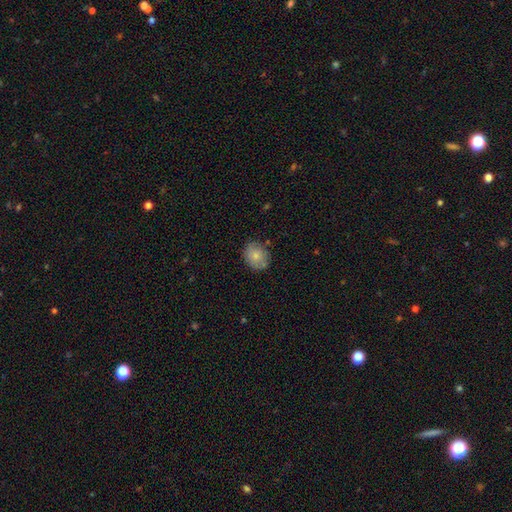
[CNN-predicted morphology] A smooth galaxy with no disk features (75%) that is round (57%).

Vote fractions:
- Smooth or featured? smooth: 75% / featured or disk: 18% / star or artifact: 8%
- How rounded? round: 57% / in between: 42% / cigar-shaped: 1%
- Merging? none: 76% / minor disturbance: 18% / major disturbance: 4% / merger: 2%